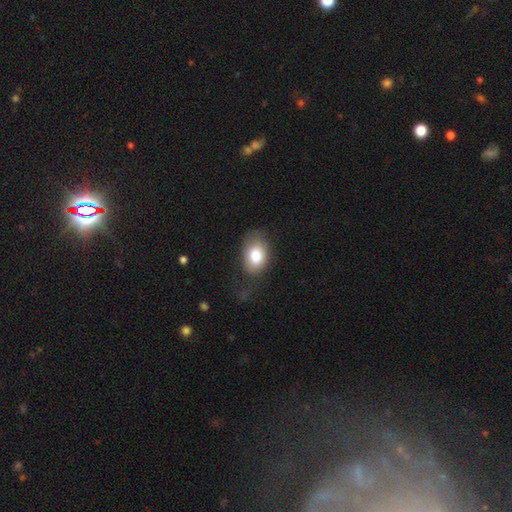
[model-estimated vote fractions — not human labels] A smooth galaxy with no disk features (80%) that is in between round and cigar-shaped (83%). Merging: none (60%).